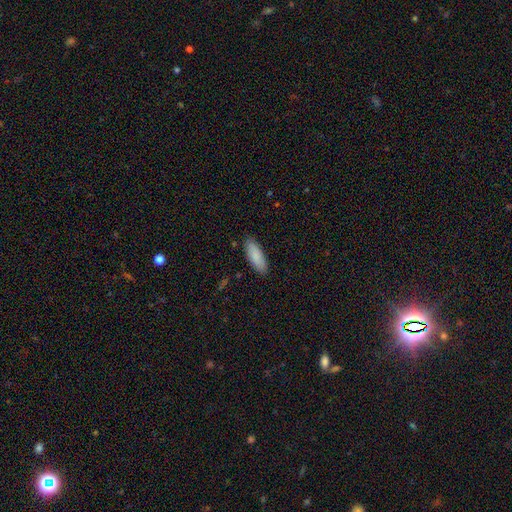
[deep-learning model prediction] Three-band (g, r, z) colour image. It shows a smooth galaxy with no disk features (88%) that is in between round and cigar-shaped (61%). Merging: none (88%).